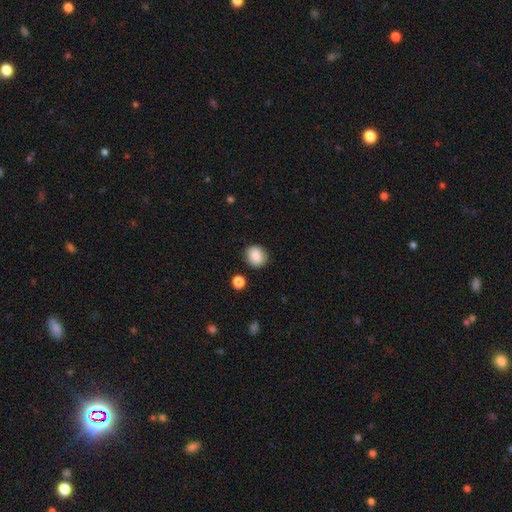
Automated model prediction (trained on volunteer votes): This is clearly a smooth galaxy (86%). How rounded: likely round (79%). Merging: clearly none (87%).